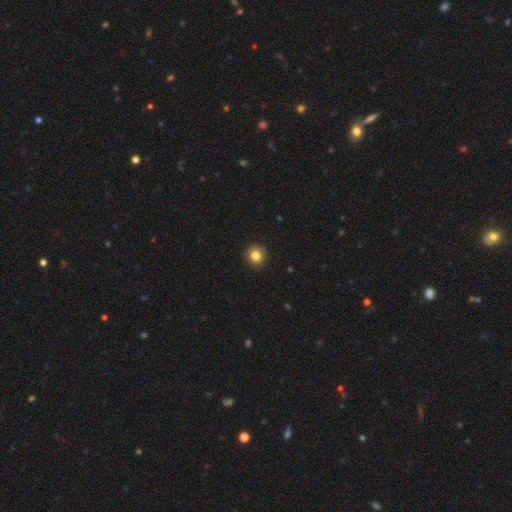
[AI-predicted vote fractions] Smooth or featured? Predicted: smooth (p=0.84). How rounded? Predicted: round (p=0.93). Merging? Predicted: none (p=0.92).